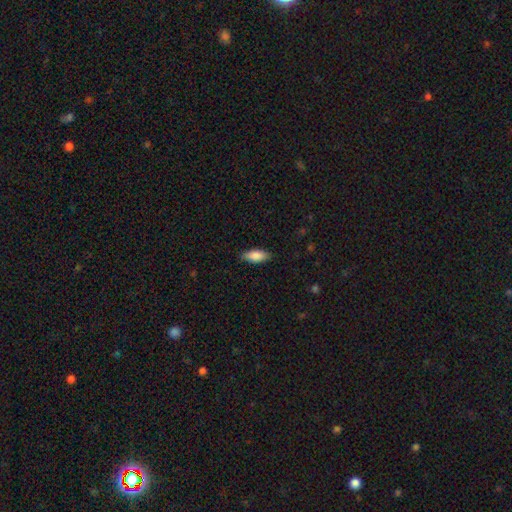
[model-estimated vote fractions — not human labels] Overall: smooth (86%). How rounded: in between (81%). Merging: none (86%).